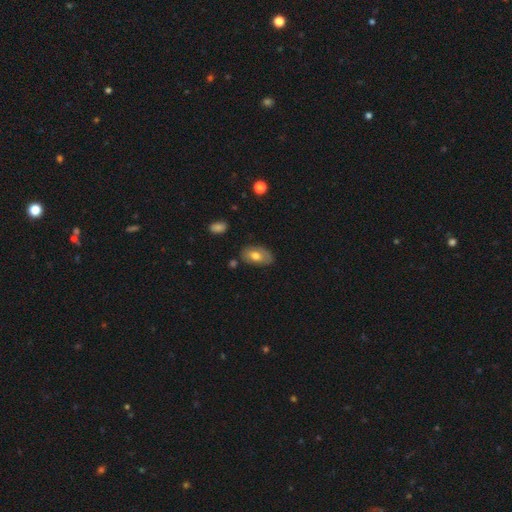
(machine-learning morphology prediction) Smooth or featured? Predicted: smooth (p=0.67). How rounded? Predicted: in between (p=0.91). Merging? Predicted: none (p=0.72).